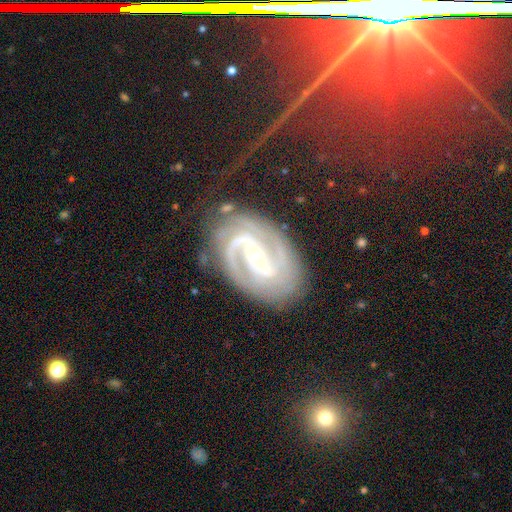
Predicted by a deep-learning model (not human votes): A featured or disk galaxy (91%) with a strong bar (45%), 2 (77%) tight (49%) spiral arms (98%) and a small central bulge (64%). Merging: none (74%).